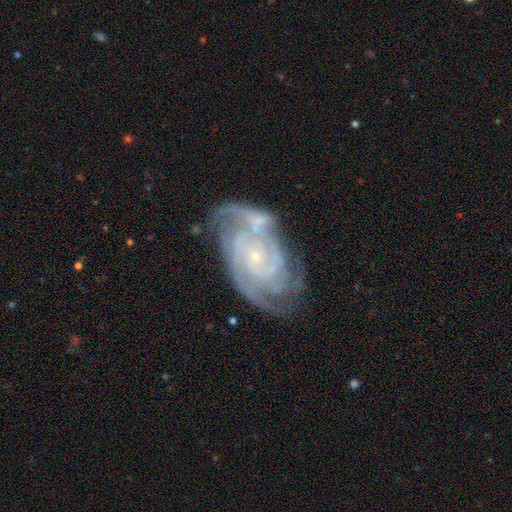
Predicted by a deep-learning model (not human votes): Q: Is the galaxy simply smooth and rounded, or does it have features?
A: featured or disk — 90%.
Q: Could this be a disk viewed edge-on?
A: no — 97%.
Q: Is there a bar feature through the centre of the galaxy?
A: no — 68%.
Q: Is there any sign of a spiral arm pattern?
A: yes — 98%.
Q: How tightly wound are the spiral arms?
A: tight — 65%.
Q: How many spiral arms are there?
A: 3 — 28%.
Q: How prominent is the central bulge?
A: small — 85%.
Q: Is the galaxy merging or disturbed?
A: none — 52%.